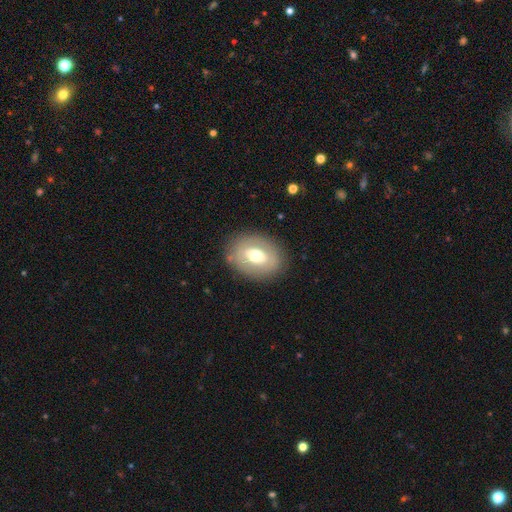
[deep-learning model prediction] smooth_or_featured: smooth (p=0.49) [alt: featured or disk p=0.43]
merging: none (p=0.81) [alt: minor disturbance p=0.12]